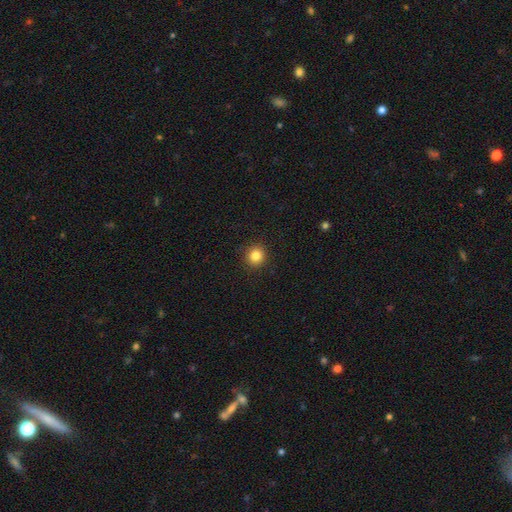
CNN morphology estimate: This is clearly a smooth galaxy (84%). How rounded: clearly round (92%). Merging: clearly none (92%).